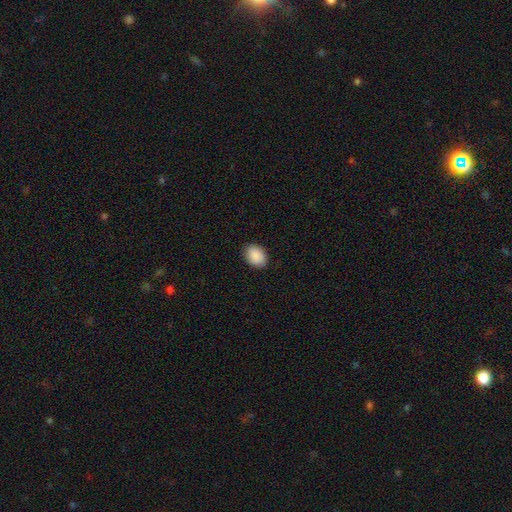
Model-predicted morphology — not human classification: Overall: smooth (90%). How rounded: in between (72%). Merging: none (88%).